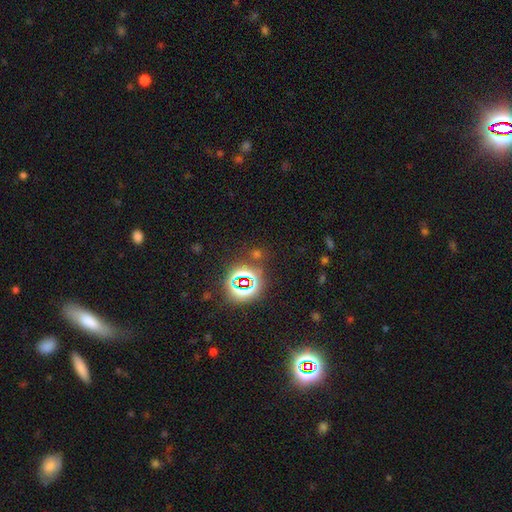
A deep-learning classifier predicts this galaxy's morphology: A star or artifact, not a galaxy (73%).